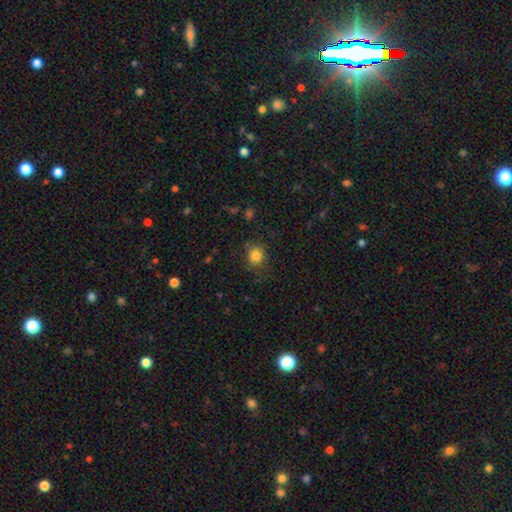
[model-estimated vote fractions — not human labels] This is clearly a smooth galaxy (83%). How rounded: clearly round (85%). Merging: likely none (79%).